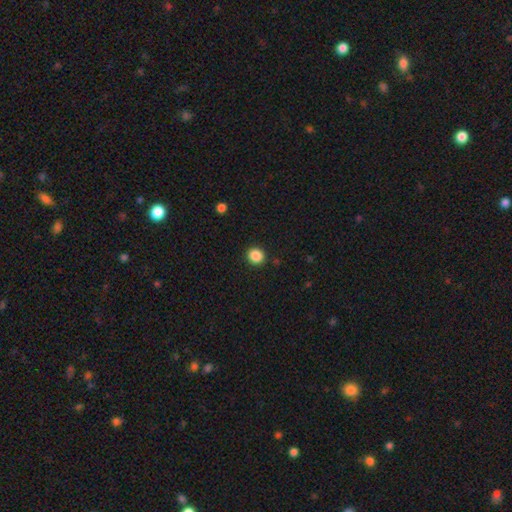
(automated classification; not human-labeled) Morphology: type=smooth (87%); roundness=round (85%); merging=none (91%).